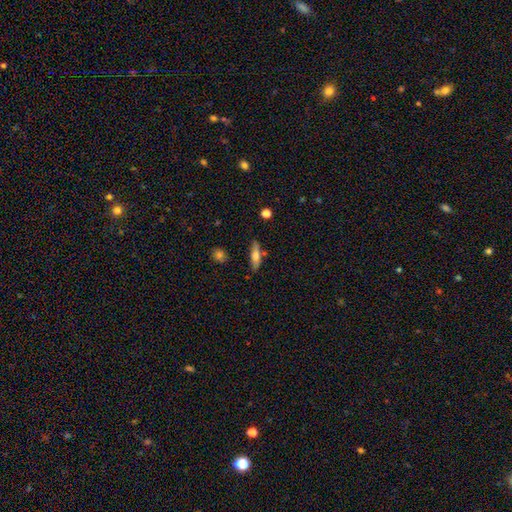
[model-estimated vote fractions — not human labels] This appears to be a smooth galaxy with no disk features (64%) that is cigar-shaped (60%). Merging: none (75%).